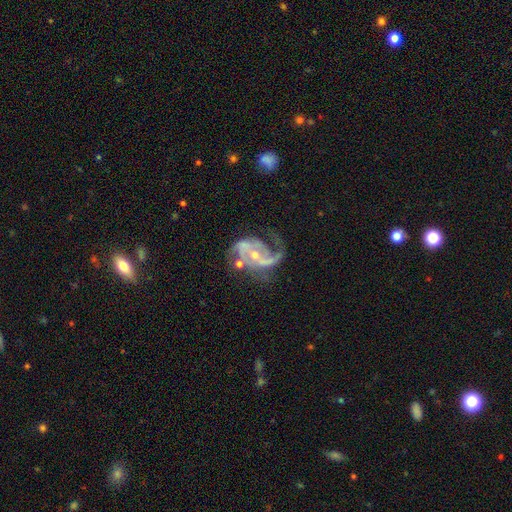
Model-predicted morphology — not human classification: This appears to be a featured or disk galaxy (88%) with a weak bar (37%, tied with no), 2 (63%) medium (45%) spiral arms (95%) and a small central bulge (60%). Merging: none (42%).